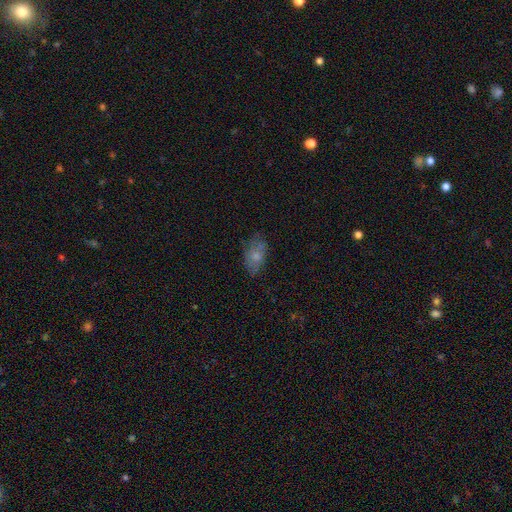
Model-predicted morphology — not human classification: smooth_or_featured: smooth (p=0.69) [alt: featured or disk p=0.22]
how_rounded: in between (p=0.89) [alt: round p=0.08]
merging: none (p=0.64) [alt: minor disturbance p=0.25]